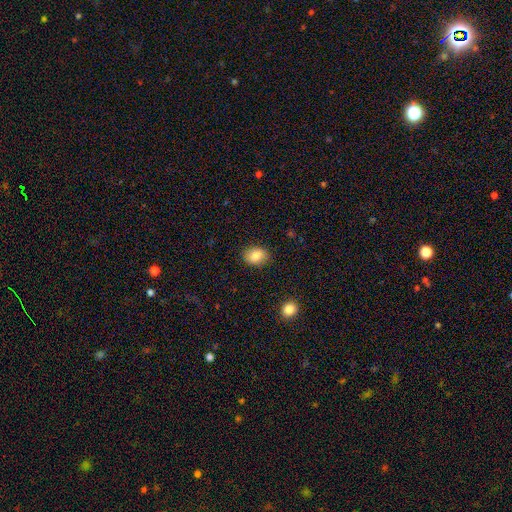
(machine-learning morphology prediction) Smooth or featured? Predicted: smooth (p=0.85). How rounded? Predicted: in between (p=0.64). Merging? Predicted: none (p=0.88).